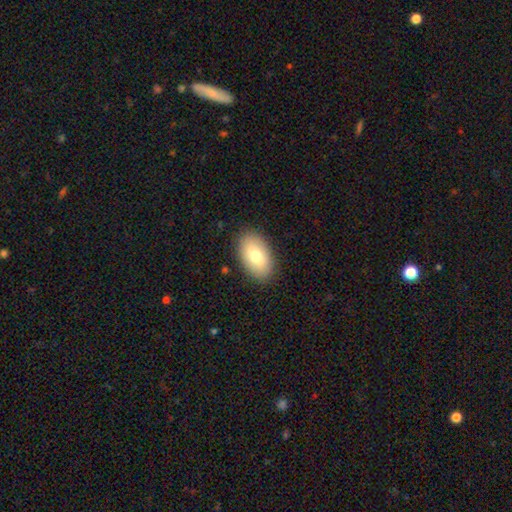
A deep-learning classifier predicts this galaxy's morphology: The model was most divided on "smooth or featured": smooth: 77%, featured or disk: 16%, star or artifact: 7%. More confident: how rounded — in between (94%); merging — none (88%).